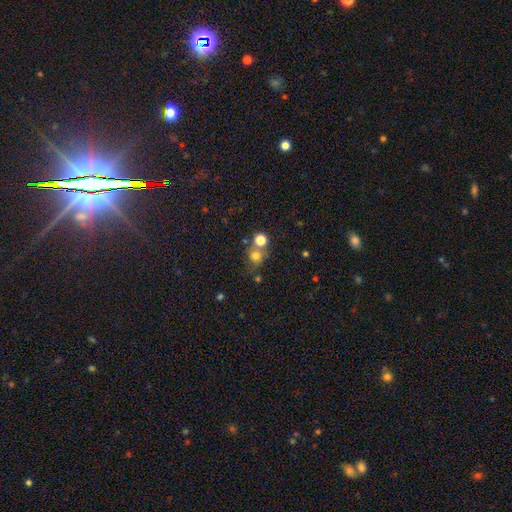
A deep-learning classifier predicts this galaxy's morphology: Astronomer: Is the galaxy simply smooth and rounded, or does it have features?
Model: smooth — 73%.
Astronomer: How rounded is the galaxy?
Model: round — 83%.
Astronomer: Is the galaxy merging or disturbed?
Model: none — 56%.